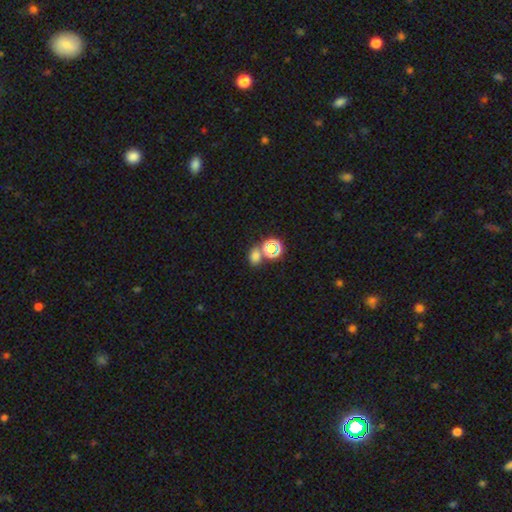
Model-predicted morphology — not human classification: Q: Smooth or featured?
A: smooth (68%); runner-up: star or artifact (25%)
Q: How rounded?
A: round (50%); runner-up: in between (49%)
Q: Merging?
A: none (59%); runner-up: merger (28%)